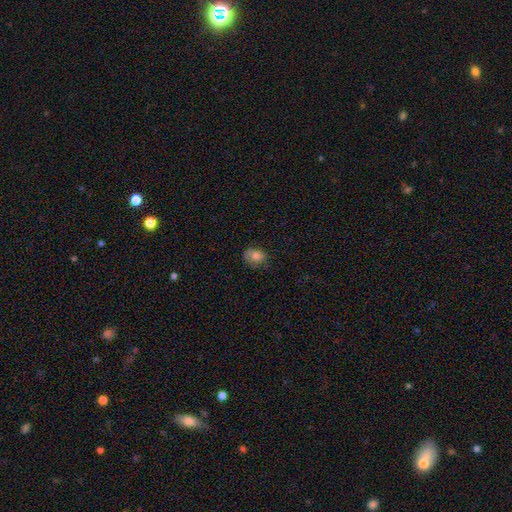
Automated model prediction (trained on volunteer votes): Smooth or featured? Predicted: smooth (p=0.77). How rounded? Predicted: in between (p=0.52). Merging? Predicted: none (p=0.65).